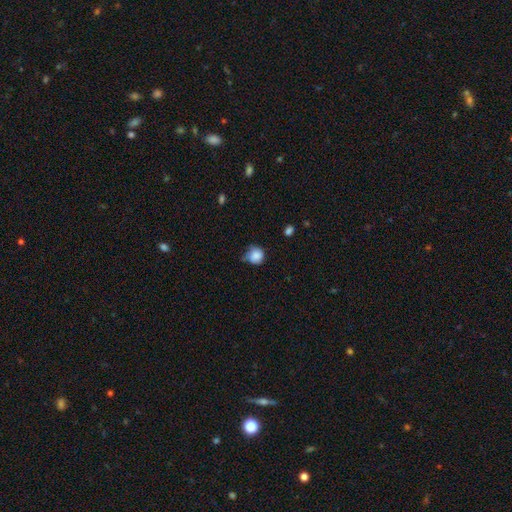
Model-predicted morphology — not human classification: Smooth or featured?
  - smooth: 82% *
  - featured or disk: 9%
  - star or artifact: 8%
How rounded?
  - round: 85% *
  - in between: 15%
  - cigar-shaped: 1%
Merging?
  - none: 47% *
  - minor disturbance: 37%
  - major disturbance: 12%
  - merger: 3%